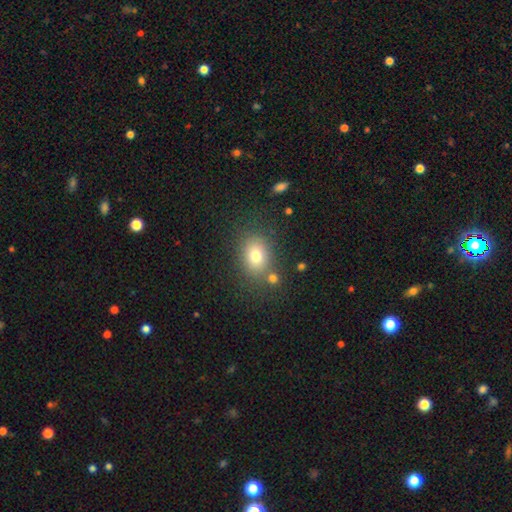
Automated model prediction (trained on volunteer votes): Q: Smooth or featured?
A: smooth (77%); runner-up: star or artifact (12%)
Q: How rounded?
A: in between (66%); runner-up: round (33%)
Q: Merging?
A: none (74%); runner-up: minor disturbance (12%)